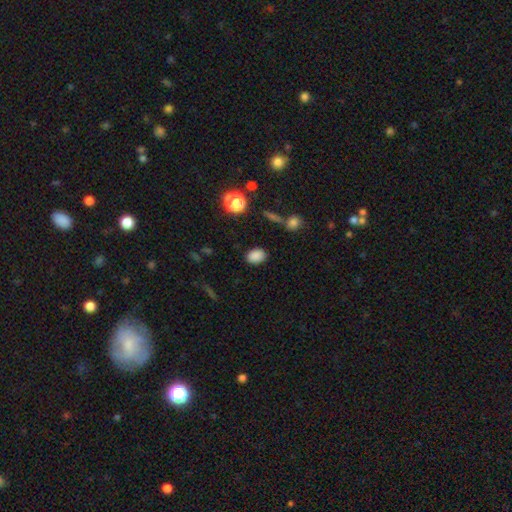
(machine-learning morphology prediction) Smooth or featured? Predicted: smooth (p=0.85). How rounded? Predicted: in between (p=0.79). Merging? Predicted: none (p=0.86).